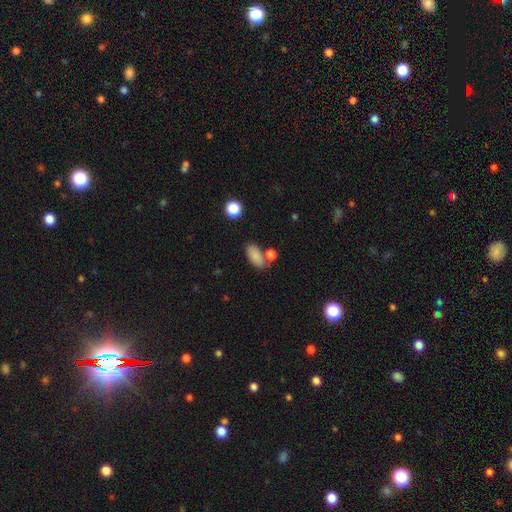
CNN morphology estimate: smooth-or-featured: smooth: 85% | star or artifact: 9% | featured or disk: 6%
  how-rounded: in between: 89% | cigar-shaped: 5% | round: 5%
  merging: none: 66% | merger: 16% | minor disturbance: 14% | major disturbance: 4%